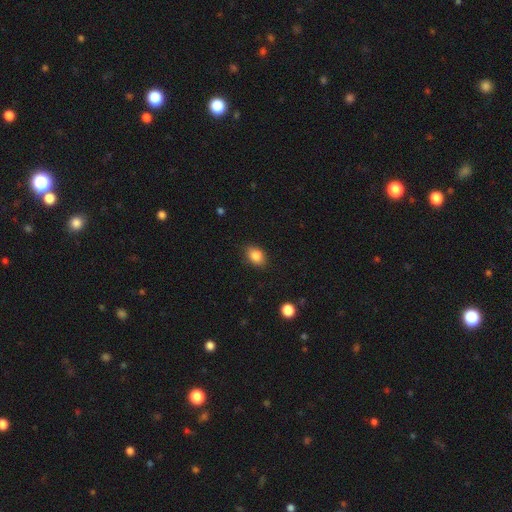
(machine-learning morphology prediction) Smooth or featured: smooth — 86% (star or artifact — 9%)
How rounded: in between — 73% (round — 26%)
Merging: none — 85% (minor disturbance — 11%)